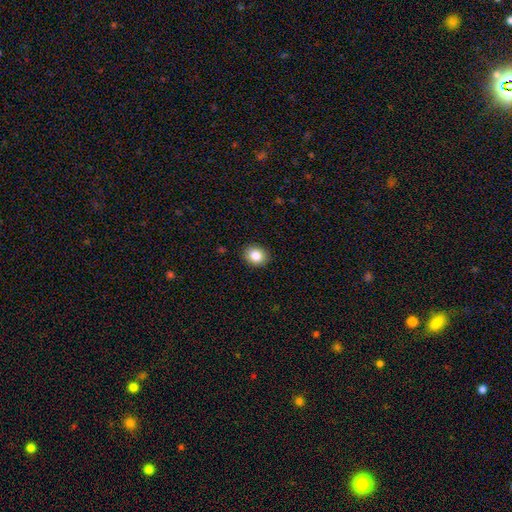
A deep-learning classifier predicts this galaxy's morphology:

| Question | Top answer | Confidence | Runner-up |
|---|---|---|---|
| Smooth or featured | smooth | 86% | star or artifact (9%) |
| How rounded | round | 55% | in between (44%) |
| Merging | none | 90% | minor disturbance (7%) |